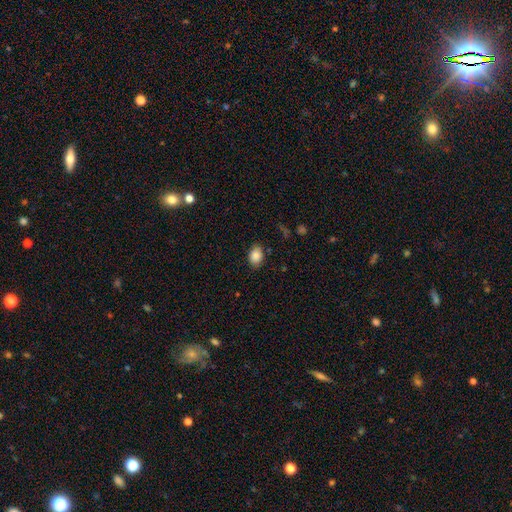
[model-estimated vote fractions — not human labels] Morphology: type=smooth (88%); roundness=in between (79%); merging=none (85%).